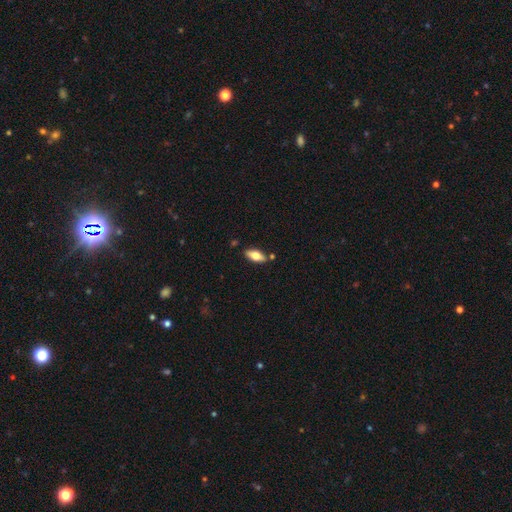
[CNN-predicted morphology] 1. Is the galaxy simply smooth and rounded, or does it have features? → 66% smooth, 28% featured or disk, 7% star or artifact.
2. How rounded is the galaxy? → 81% in between, 16% cigar-shaped, 3% round.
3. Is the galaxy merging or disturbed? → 82% none, 11% minor disturbance, 5% merger, 2% major disturbance.